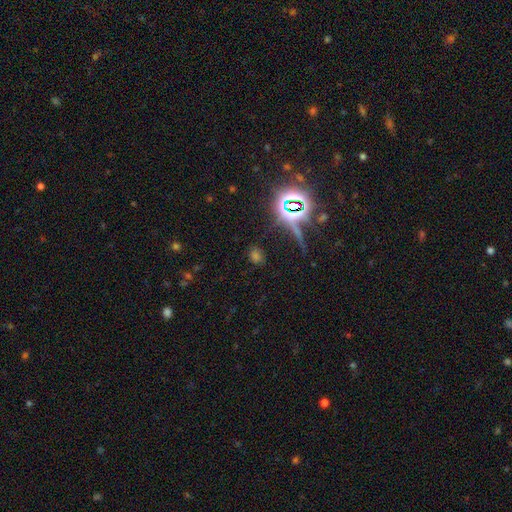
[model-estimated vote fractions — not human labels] A star or artifact, not a galaxy (58%).